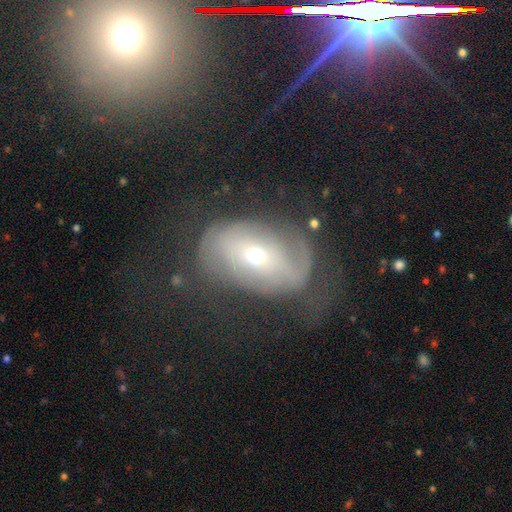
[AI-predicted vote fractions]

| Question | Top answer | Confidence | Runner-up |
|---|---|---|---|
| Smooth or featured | featured or disk | 62% | smooth (27%) |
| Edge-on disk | no | 93% | yes (7%) |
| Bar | no | 58% | weak (25%) |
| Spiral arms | yes | 60% | no (40%) |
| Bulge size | small | 51% | moderate (44%) |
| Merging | none | 48% | major disturbance (30%) |